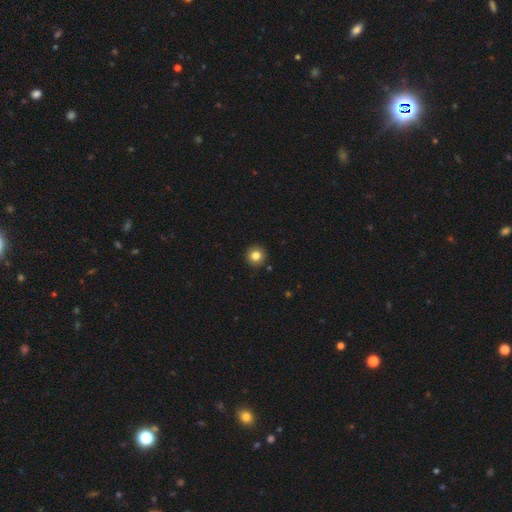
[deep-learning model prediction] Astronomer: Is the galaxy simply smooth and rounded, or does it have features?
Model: smooth — 82%.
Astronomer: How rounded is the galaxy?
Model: round — 94%.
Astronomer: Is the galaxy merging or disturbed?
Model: none — 91%.